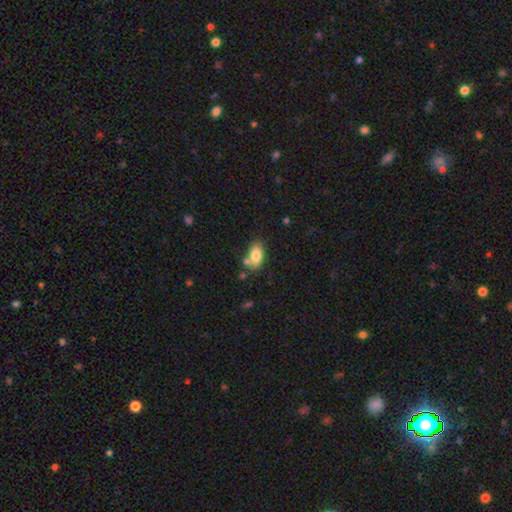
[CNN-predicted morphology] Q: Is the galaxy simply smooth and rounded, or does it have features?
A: smooth — 82%.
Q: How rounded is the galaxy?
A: in between — 90%.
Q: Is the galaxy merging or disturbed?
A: none — 60%.